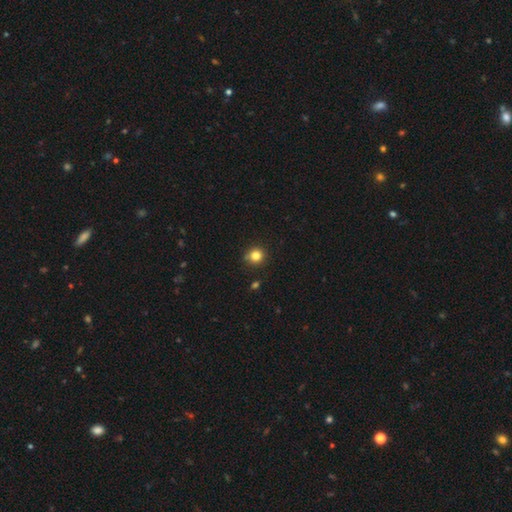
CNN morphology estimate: This is clearly a smooth galaxy (82%). How rounded: clearly round (89%). Merging: clearly none (82%).